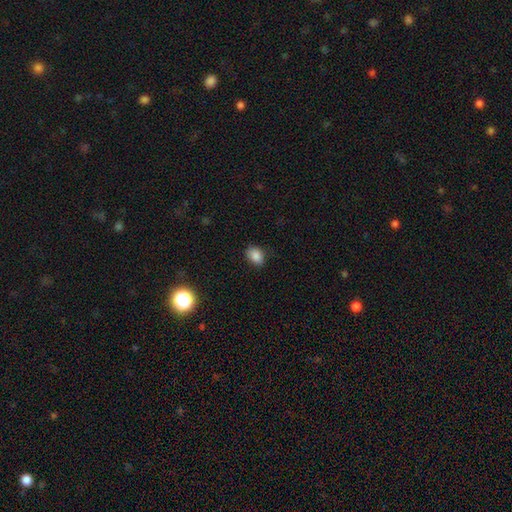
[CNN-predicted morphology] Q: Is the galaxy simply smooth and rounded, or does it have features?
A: smooth — 86%.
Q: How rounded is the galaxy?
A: in between — 67%.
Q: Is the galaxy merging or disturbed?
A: none — 79%.